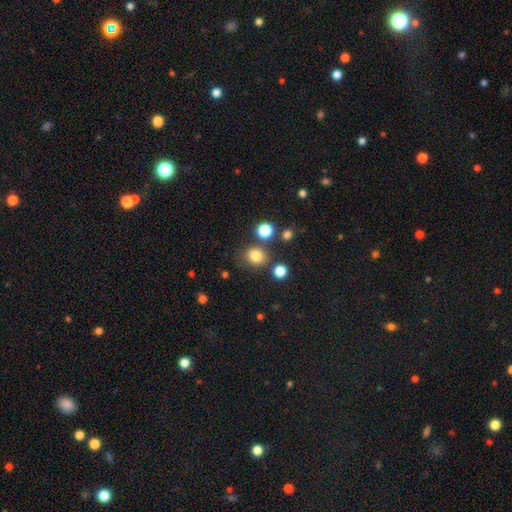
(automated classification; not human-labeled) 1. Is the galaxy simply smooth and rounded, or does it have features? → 80% smooth, 14% star or artifact, 6% featured or disk.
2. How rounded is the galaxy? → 68% round, 31% in between, 1% cigar-shaped.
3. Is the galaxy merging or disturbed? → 75% none, 12% minor disturbance, 8% merger, 4% major disturbance.